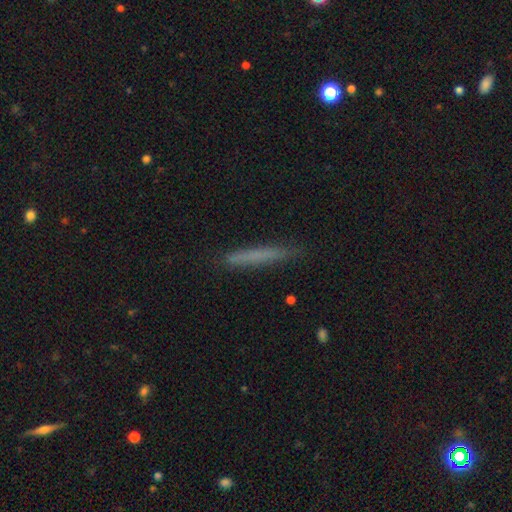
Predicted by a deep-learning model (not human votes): smooth_or_featured: smooth (p=0.68) [alt: featured or disk p=0.24]
how_rounded: cigar-shaped (p=0.96) [alt: in between p=0.03]
merging: none (p=0.87) [alt: minor disturbance p=0.10]